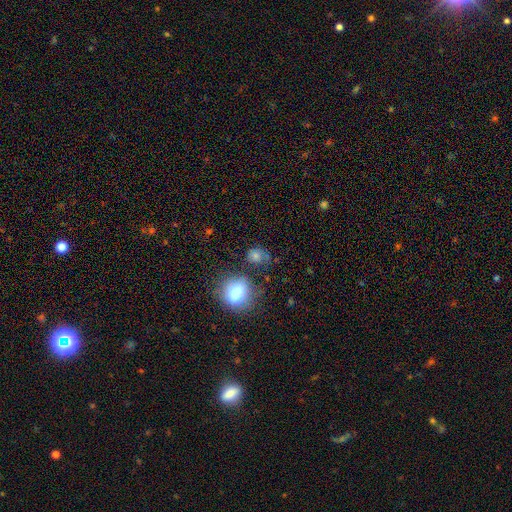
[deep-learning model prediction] smooth-or-featured: smooth: 75% | star or artifact: 14% | featured or disk: 11%
  how-rounded: round: 66% | in between: 32% | cigar-shaped: 2%
  merging: none: 59% | minor disturbance: 20% | merger: 11% | major disturbance: 9%